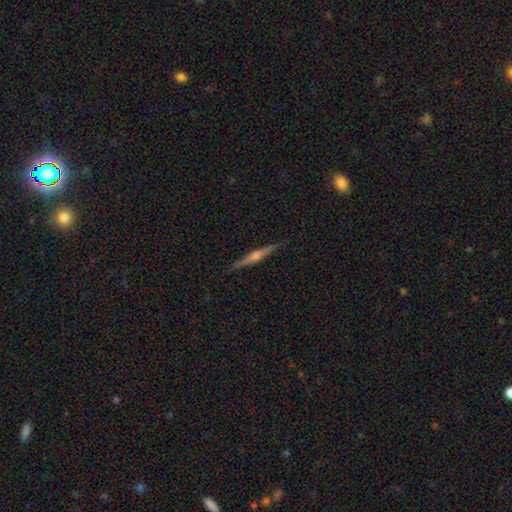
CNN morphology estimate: smooth-or-featured: featured or disk: 81% | smooth: 13% | star or artifact: 6%
  disk-edge-on: yes: 98% | no: 2%
    edge-on-bulge: rounded: 86% | boxy: 8% | none: 6%
  merging: none: 92% | minor disturbance: 6% | major disturbance: 1% | merger: 1%